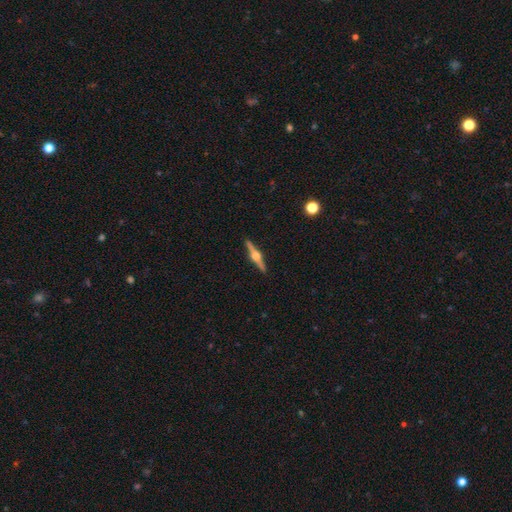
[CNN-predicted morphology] Smooth or featured?
  - featured or disk: 83% *
  - smooth: 12%
  - star or artifact: 5%
Edge-on disk?
  - yes: 98% *
  - no: 2%
Edge-on bulge?
  - rounded: 96% *
  - boxy: 3%
  - none: 1%
Merging?
  - none: 92% *
  - minor disturbance: 6%
  - major disturbance: 1%
  - merger: 1%